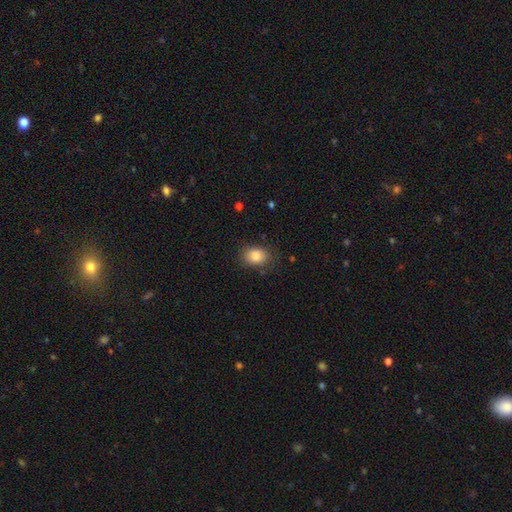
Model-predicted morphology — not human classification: smooth-or-featured: smooth: 86% | star or artifact: 9% | featured or disk: 6%
  how-rounded: in between: 61% | round: 38% | cigar-shaped: 1%
  merging: none: 77% | minor disturbance: 17% | major disturbance: 5% | merger: 1%